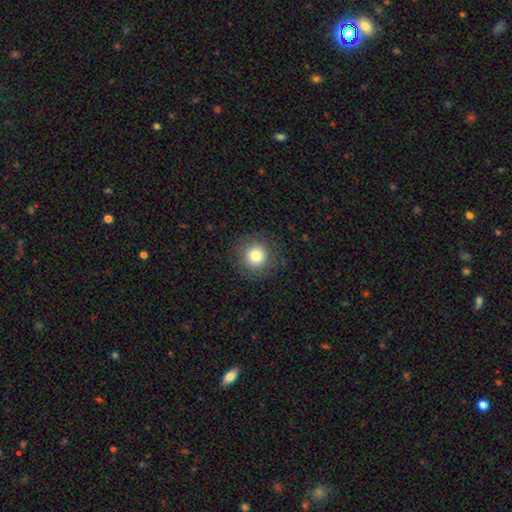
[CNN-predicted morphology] A smooth galaxy with no disk features (79%) that is round (95%).

Vote fractions:
- Smooth or featured? smooth: 79% / star or artifact: 12% / featured or disk: 9%
- How rounded? round: 95% / in between: 4% / cigar-shaped: 1%
- Merging? none: 89% / minor disturbance: 7% / major disturbance: 3% / merger: 1%